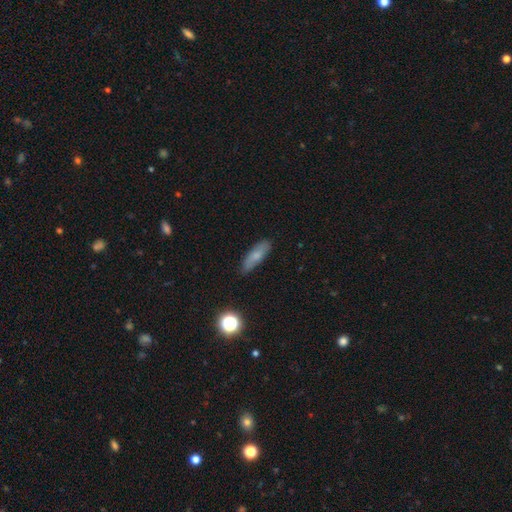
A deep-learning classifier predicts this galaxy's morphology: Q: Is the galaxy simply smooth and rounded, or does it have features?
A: smooth — 73%.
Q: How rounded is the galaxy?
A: cigar-shaped — 53%.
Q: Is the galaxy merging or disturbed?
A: none — 81%.